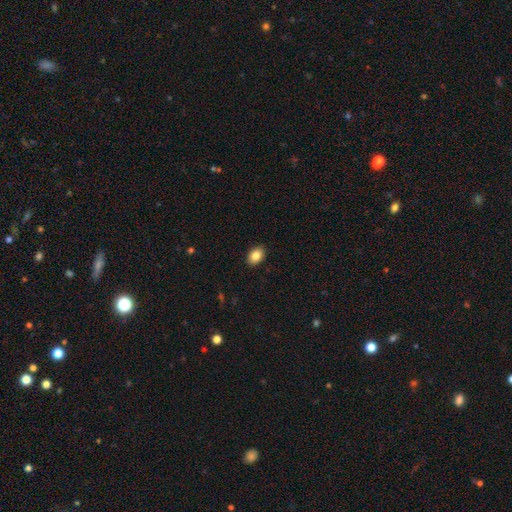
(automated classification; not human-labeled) Morphology: type=smooth (86%); roundness=in between (85%); merging=none (90%).